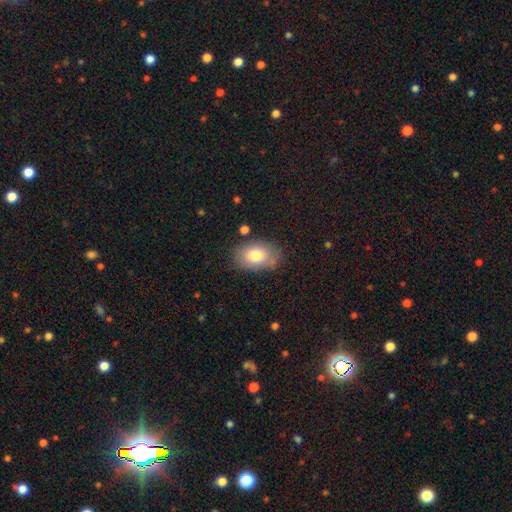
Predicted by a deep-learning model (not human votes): Smooth or featured? smooth (76%)
How rounded? in between (85%)
Merging? none (75%)